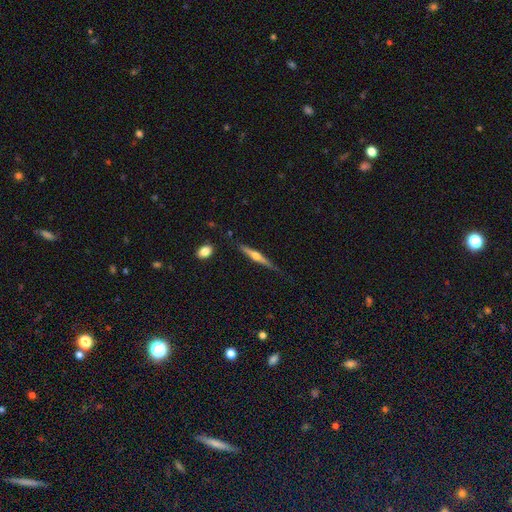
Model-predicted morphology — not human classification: Smooth or featured?
  - featured or disk: 69% *
  - smooth: 25%
  - star or artifact: 6%
Edge-on disk?
  - yes: 97% *
  - no: 3%
Edge-on bulge?
  - rounded: 92% *
  - none: 5%
  - boxy: 3%
Merging?
  - none: 74% *
  - minor disturbance: 19%
  - major disturbance: 4%
  - merger: 3%